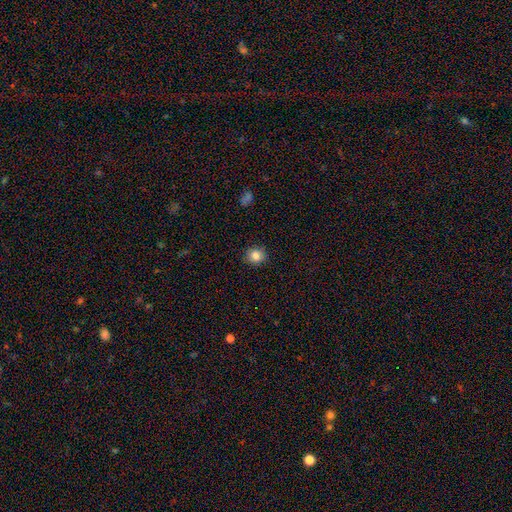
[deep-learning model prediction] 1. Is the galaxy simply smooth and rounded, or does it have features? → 84% smooth, 11% star or artifact, 6% featured or disk.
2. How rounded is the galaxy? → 86% round, 13% in between, 1% cigar-shaped.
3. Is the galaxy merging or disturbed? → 89% none, 8% minor disturbance, 2% major disturbance, 1% merger.